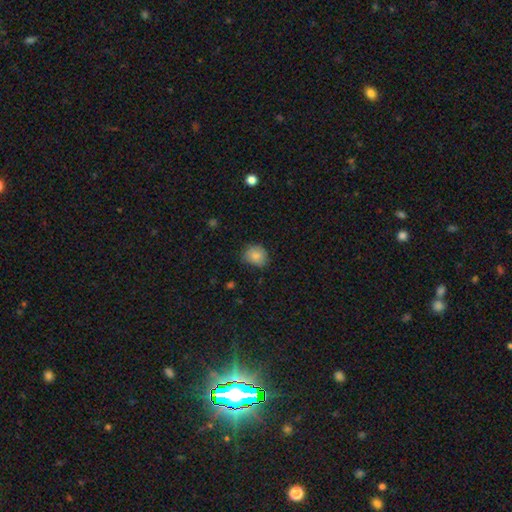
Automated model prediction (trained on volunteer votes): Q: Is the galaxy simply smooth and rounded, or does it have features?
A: smooth — 83%.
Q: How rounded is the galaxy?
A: round — 75%.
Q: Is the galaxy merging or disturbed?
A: none — 70%.